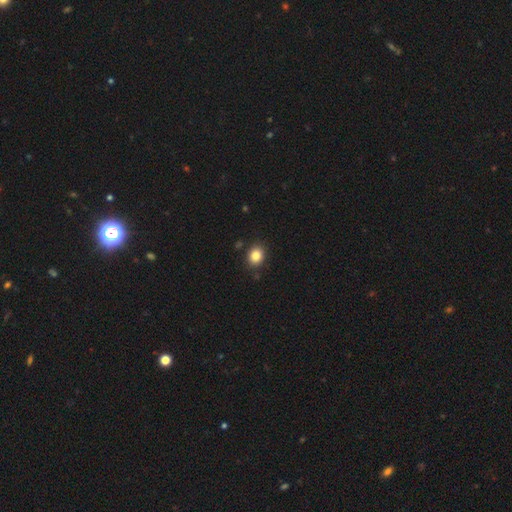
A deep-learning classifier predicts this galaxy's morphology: Smooth or featured: smooth — 85% (star or artifact — 10%)
How rounded: round — 57% (in between — 42%)
Merging: none — 87% (minor disturbance — 9%)